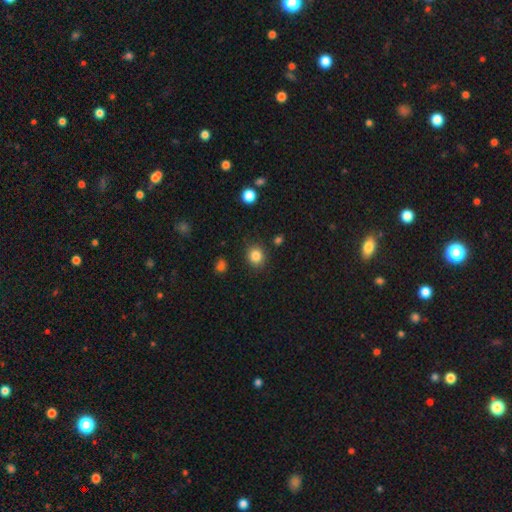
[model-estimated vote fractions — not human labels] The model was most divided on "how rounded": round: 80%, in between: 19%, cigar-shaped: 1%. More confident: merging — none (87%); smooth or featured — smooth (85%).